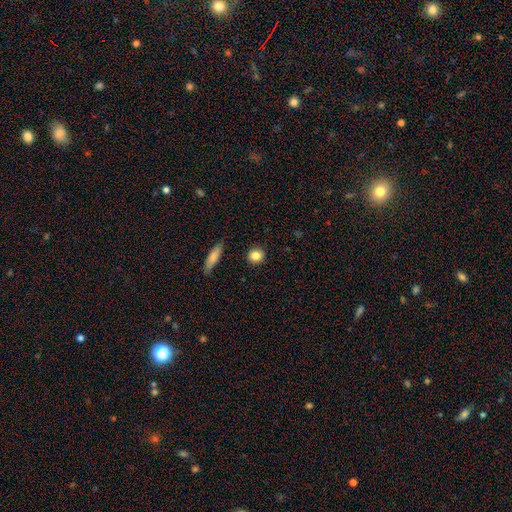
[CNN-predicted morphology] Smooth or featured? smooth (84%)
How rounded? round (78%)
Merging? none (89%)